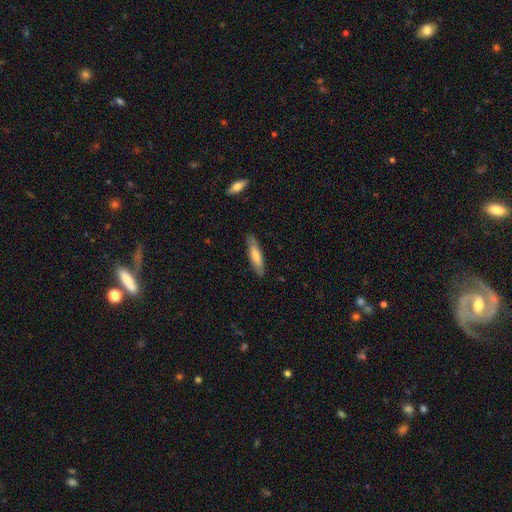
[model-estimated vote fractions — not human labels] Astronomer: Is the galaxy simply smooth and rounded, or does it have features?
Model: smooth — 60%.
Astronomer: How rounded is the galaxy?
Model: cigar-shaped — 77%.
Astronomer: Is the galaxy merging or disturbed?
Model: none — 86%.